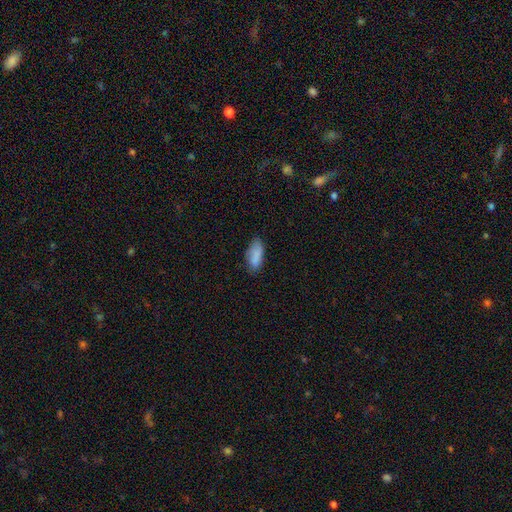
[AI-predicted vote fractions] smooth_or_featured: smooth (p=0.85) [alt: featured or disk p=0.08]
how_rounded: in between (p=0.84) [alt: cigar-shaped p=0.14]
merging: none (p=0.71) [alt: minor disturbance p=0.22]